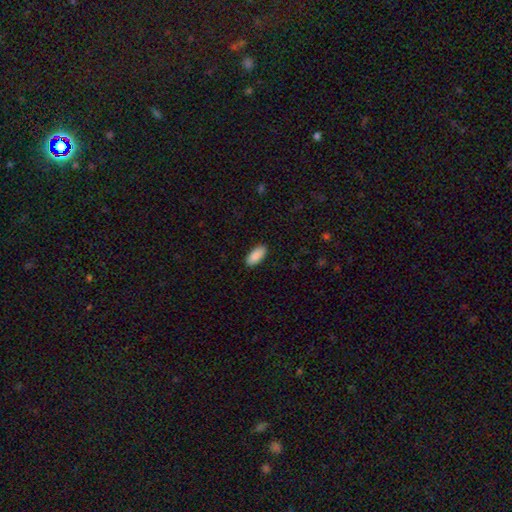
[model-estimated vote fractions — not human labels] A smooth galaxy with no disk features (91%) that is in between round and cigar-shaped (88%). Merging: none (90%).